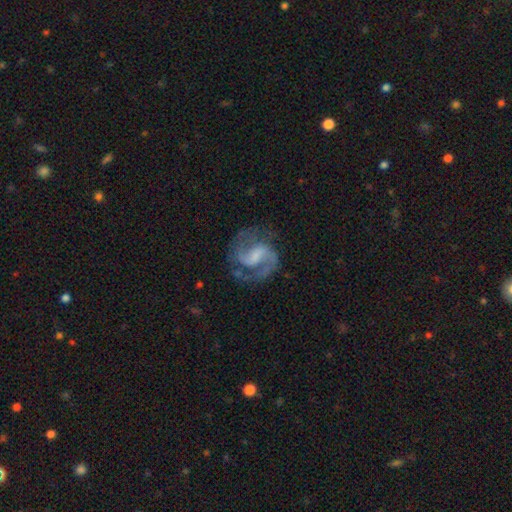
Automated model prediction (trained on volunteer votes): Smooth or featured?
  - featured or disk: 90% *
  - smooth: 5%
  - star or artifact: 5%
Edge-on disk?
  - no: 98% *
  - yes: 2%
Bar?
  - weak: 52% *
  - strong: 27%
  - no: 22%
Spiral arms?
  - yes: 98% *
  - no: 2%
Spiral winding?
  - medium: 61% *
  - tight: 22%
  - loose: 17%
Spiral arm count?
  - 2: 91% *
  - can't tell: 2%
  - 1: 2%
  - 3: 2%
  - 4: 1%
  - more than 4: 1%
Bulge size?
  - none: 34% *
  - small: 31%
  - moderate: 25%
  - large: 8%
  - dominant: 1%
Merging?
  - none: 74% *
  - minor disturbance: 15%
  - major disturbance: 9%
  - merger: 2%